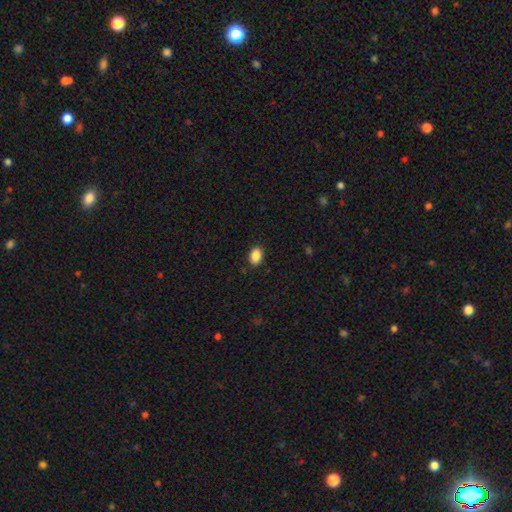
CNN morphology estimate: smooth-or-featured: smooth: 89% | star or artifact: 8% | featured or disk: 3%
  how-rounded: in between: 81% | round: 18% | cigar-shaped: 1%
  merging: none: 89% | minor disturbance: 8% | major disturbance: 2% | merger: 1%